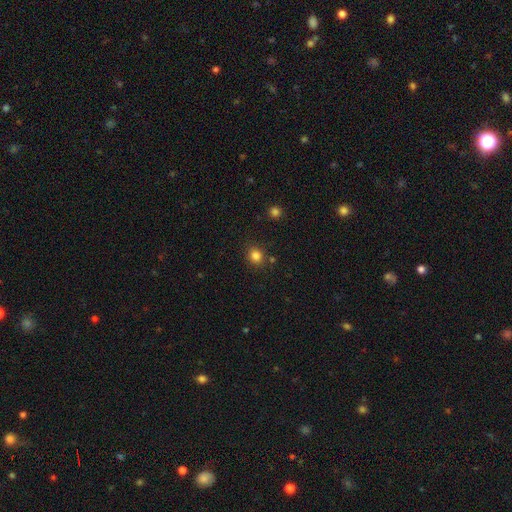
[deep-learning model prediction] A smooth galaxy with no disk features (82%) that is round (84%).

Vote fractions:
- Smooth or featured? smooth: 82% / star or artifact: 13% / featured or disk: 5%
- How rounded? round: 84% / in between: 15% / cigar-shaped: 1%
- Merging? none: 83% / minor disturbance: 9% / merger: 5% / major disturbance: 3%